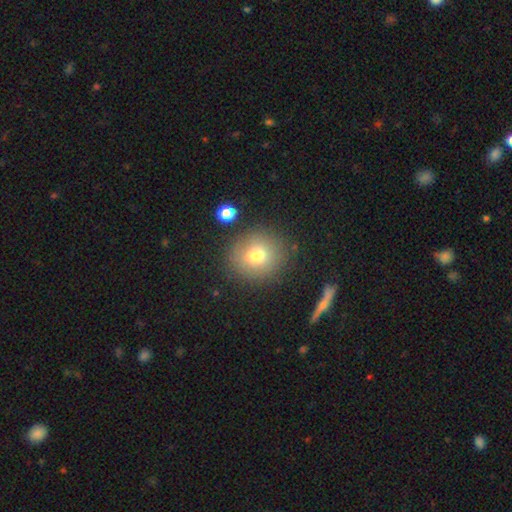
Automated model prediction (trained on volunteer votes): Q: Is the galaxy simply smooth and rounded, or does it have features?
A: smooth — 75%.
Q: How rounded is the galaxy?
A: round — 85%.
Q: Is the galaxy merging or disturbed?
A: none — 83%.